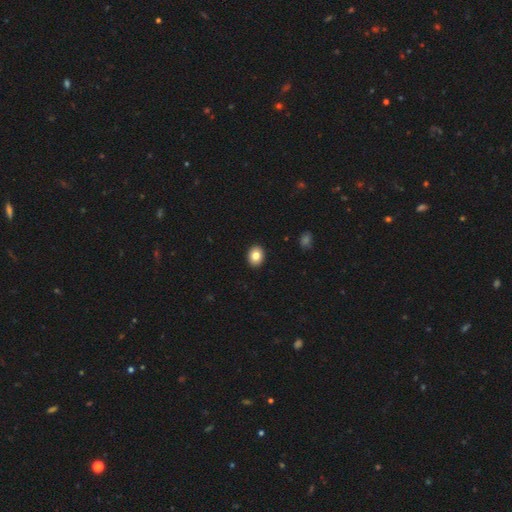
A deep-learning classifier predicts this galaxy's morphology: Overall: smooth (83%). How rounded: in between (54%; round 45%). Merging: none (92%).